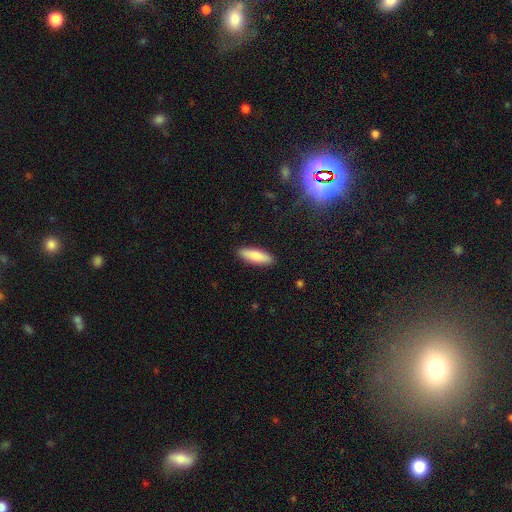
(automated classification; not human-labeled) Smooth or featured? smooth (85%)
How rounded? cigar-shaped (52%)
Merging? none (90%)